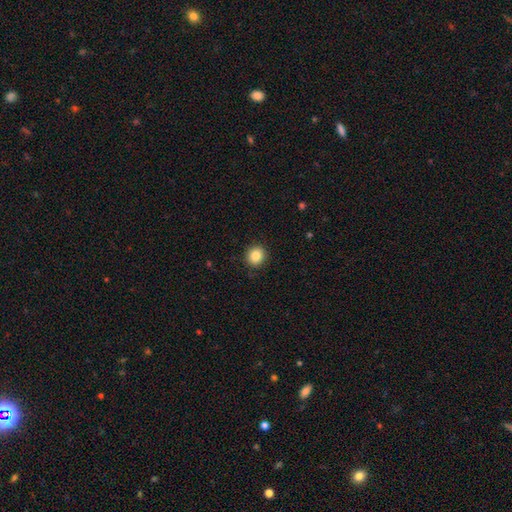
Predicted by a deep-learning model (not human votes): Smooth or featured?
  - smooth: 86% *
  - star or artifact: 10%
  - featured or disk: 5%
How rounded?
  - round: 88% *
  - in between: 11%
  - cigar-shaped: 1%
Merging?
  - none: 91% *
  - minor disturbance: 6%
  - major disturbance: 2%
  - merger: 1%